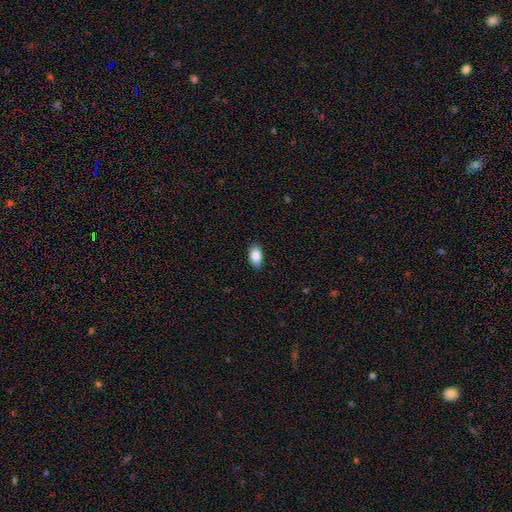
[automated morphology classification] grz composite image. It shows a smooth galaxy with no disk features (87%) that is in between round and cigar-shaped (93%). Merging: none (87%).